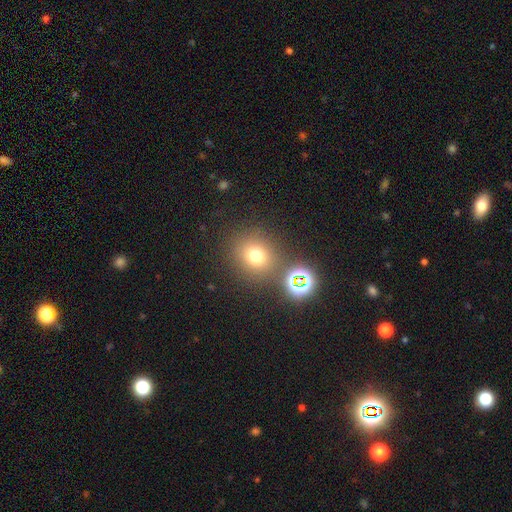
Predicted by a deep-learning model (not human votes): Overall: smooth (71%). How rounded: round (84%). Merging: none (78%).